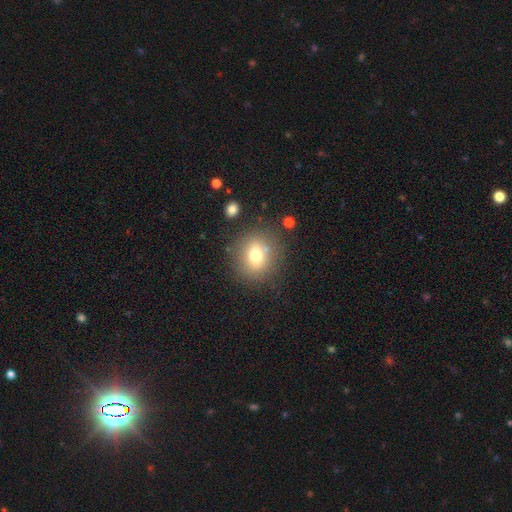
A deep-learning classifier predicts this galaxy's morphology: Q: Smooth or featured?
A: smooth (73%); runner-up: featured or disk (15%)
Q: How rounded?
A: round (80%); runner-up: in between (19%)
Q: Merging?
A: none (78%); runner-up: minor disturbance (12%)